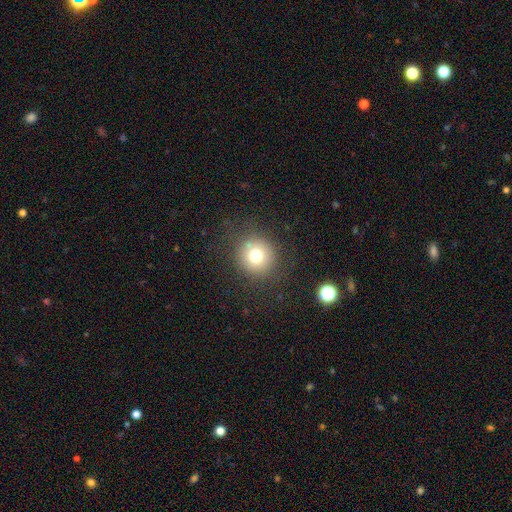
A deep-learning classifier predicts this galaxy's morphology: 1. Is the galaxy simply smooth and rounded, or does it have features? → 73% smooth, 14% star or artifact, 13% featured or disk.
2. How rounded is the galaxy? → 93% round, 6% in between, 1% cigar-shaped.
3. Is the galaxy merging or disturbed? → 84% none, 10% minor disturbance, 5% major disturbance, 2% merger.